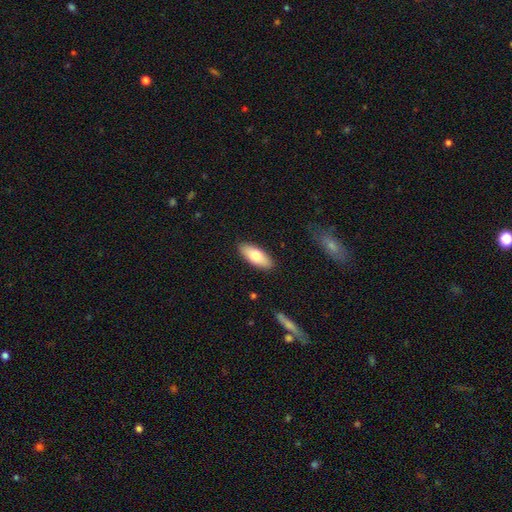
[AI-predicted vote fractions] Smooth or featured: smooth — 75% (featured or disk — 19%)
How rounded: in between — 80% (cigar-shaped — 17%)
Merging: none — 89% (minor disturbance — 8%)